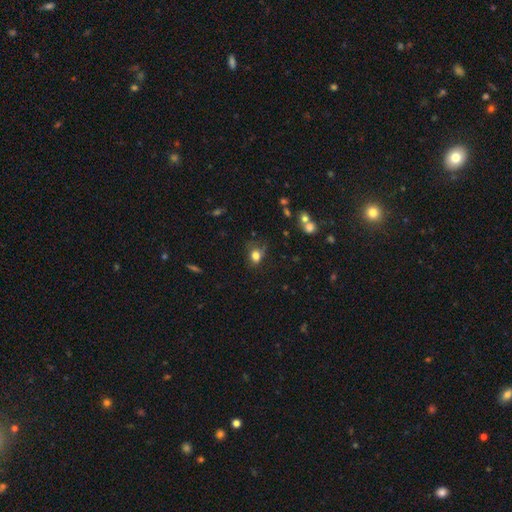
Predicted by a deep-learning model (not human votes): Q: Smooth or featured?
A: smooth (78%); runner-up: star or artifact (12%)
Q: How rounded?
A: round (52%); runner-up: in between (46%)
Q: Merging?
A: none (52%); runner-up: minor disturbance (29%)